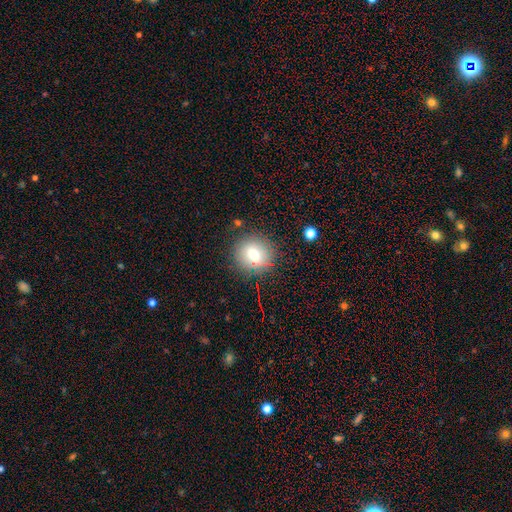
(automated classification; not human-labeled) Smooth or featured?
  - smooth: 68% *
  - featured or disk: 17%
  - star or artifact: 15%
How rounded?
  - round: 86% *
  - in between: 13%
  - cigar-shaped: 1%
Merging?
  - none: 83% *
  - minor disturbance: 10%
  - major disturbance: 4%
  - merger: 4%